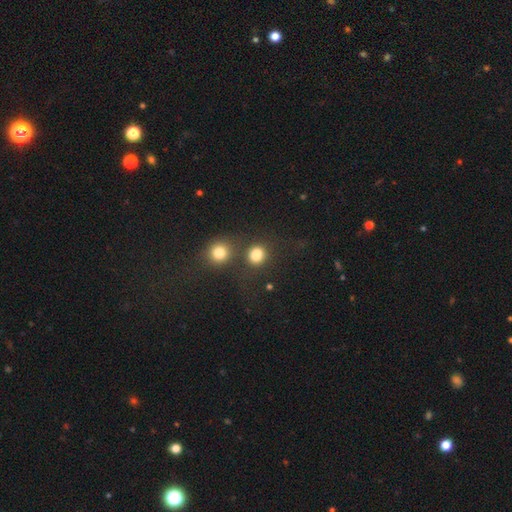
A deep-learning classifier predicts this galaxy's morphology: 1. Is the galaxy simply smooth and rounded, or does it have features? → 80% smooth, 14% star or artifact, 6% featured or disk.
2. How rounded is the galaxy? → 78% round, 21% in between, 1% cigar-shaped.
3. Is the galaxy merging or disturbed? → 63% none, 21% merger, 10% minor disturbance, 6% major disturbance.